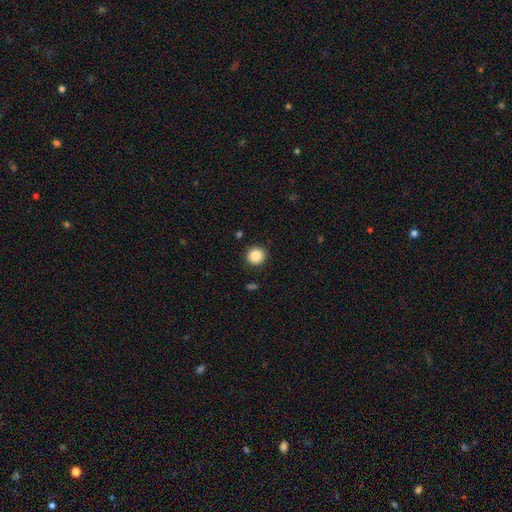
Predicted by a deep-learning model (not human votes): The model was most divided on "smooth or featured": smooth: 87%, star or artifact: 9%, featured or disk: 3%. More confident: how rounded — round (90%); merging — none (89%).